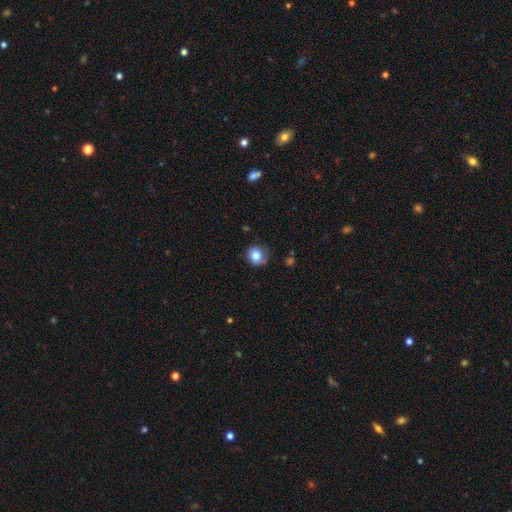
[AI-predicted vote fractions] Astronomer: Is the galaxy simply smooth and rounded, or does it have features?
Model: smooth — 82%.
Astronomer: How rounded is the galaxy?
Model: round — 81%.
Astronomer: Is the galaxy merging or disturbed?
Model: none — 72%.